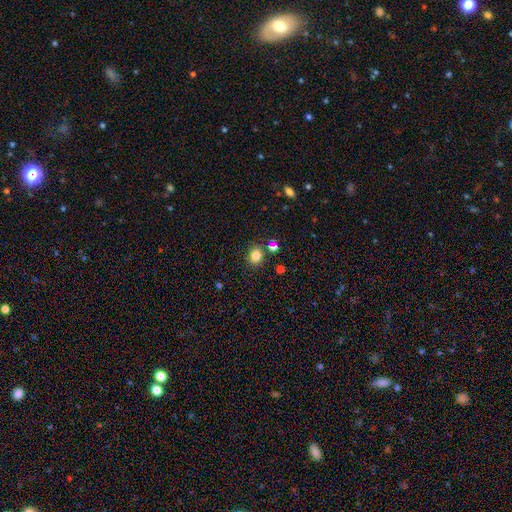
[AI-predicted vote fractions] This appears to be a smooth galaxy with no disk features (82%) that is round (61%). Merging: none (79%).